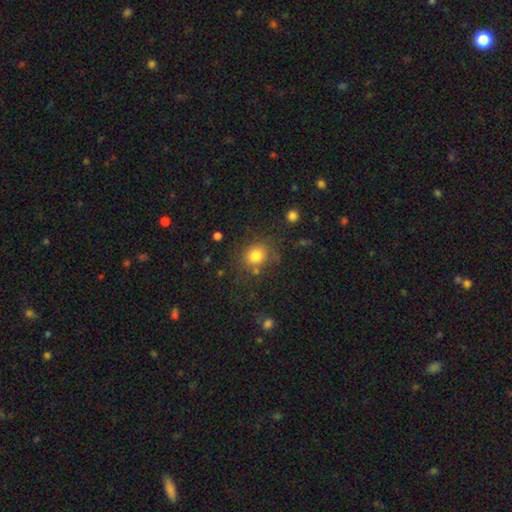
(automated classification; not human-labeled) Smooth or featured?
  - smooth: 81% *
  - star or artifact: 12%
  - featured or disk: 8%
How rounded?
  - round: 74% *
  - in between: 25%
  - cigar-shaped: 1%
Merging?
  - none: 75% *
  - minor disturbance: 13%
  - major disturbance: 6%
  - merger: 5%